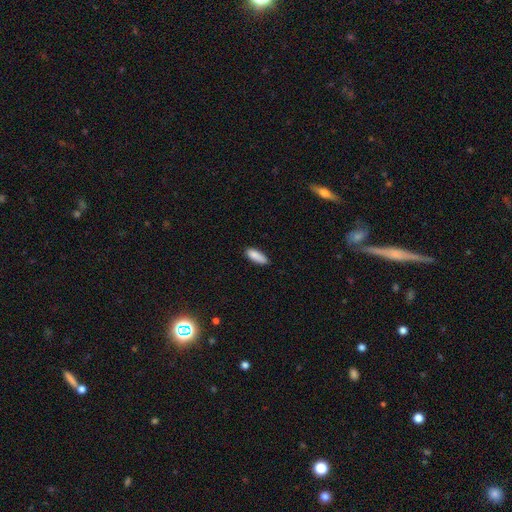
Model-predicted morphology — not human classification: A smooth galaxy with no disk features (88%) that is in between round and cigar-shaped (62%). Merging: none (79%).